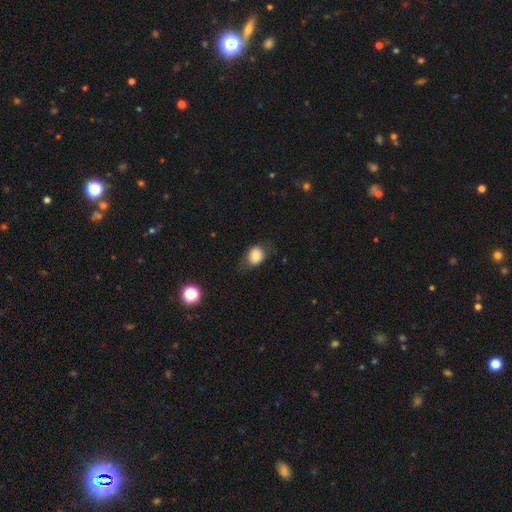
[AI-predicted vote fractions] smooth 77%, featured or disk 14%, star or artifact 9%. Down the decision tree: how rounded — round (56%); merging — none (62%).